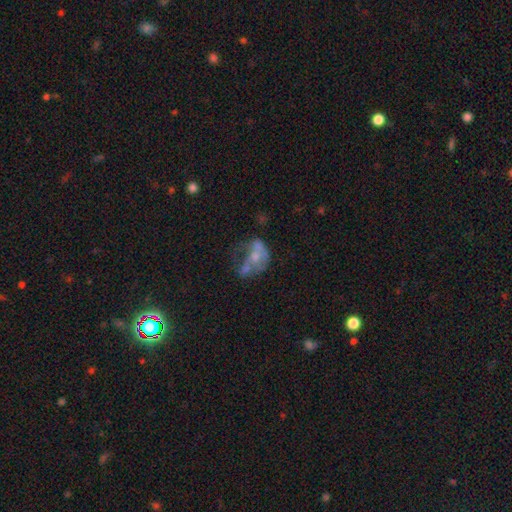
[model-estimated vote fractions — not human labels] Smooth or featured? Predicted: featured or disk (p=0.52). Edge-on disk? Predicted: no (p=0.97). Bar? Predicted: no (p=0.86). Spiral arms? Predicted: no (p=0.85). Bulge size? Predicted: moderate (p=0.38). Merging? Predicted: major disturbance (p=0.35).